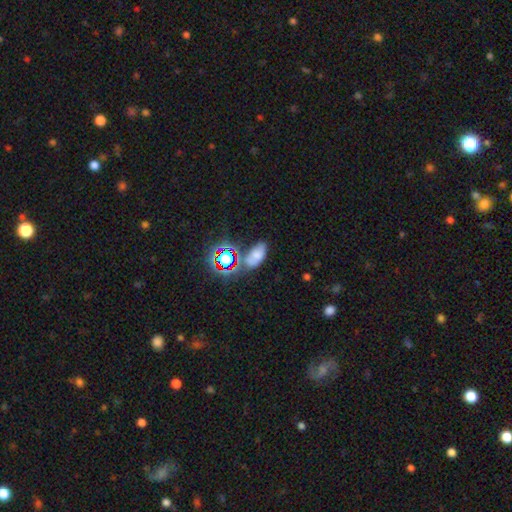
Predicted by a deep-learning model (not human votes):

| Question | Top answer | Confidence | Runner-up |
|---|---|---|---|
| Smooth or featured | smooth | 57% | star or artifact (28%) |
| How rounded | in between | 89% | round (7%) |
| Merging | none | 51% | minor disturbance (22%) |